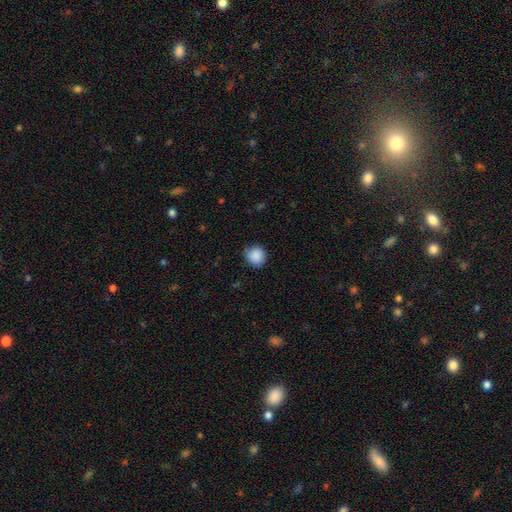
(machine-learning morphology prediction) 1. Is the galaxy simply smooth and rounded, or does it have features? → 88% smooth, 8% star or artifact, 4% featured or disk.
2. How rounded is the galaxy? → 89% round, 11% in between, 1% cigar-shaped.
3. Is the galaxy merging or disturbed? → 79% none, 17% minor disturbance, 3% major disturbance, 1% merger.